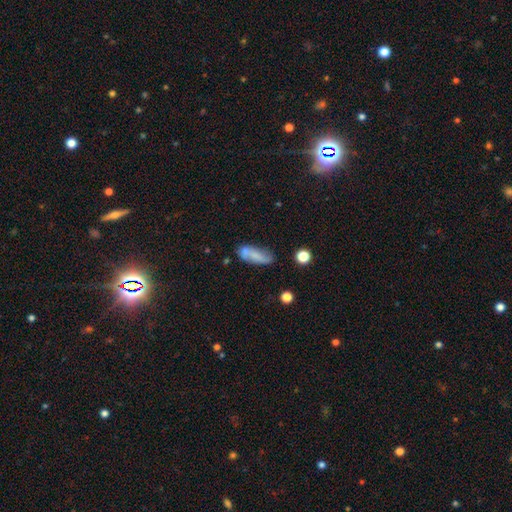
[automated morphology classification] The model was most divided on "merging": none: 52%, minor disturbance: 24%, merger: 15%, major disturbance: 10%. More confident: how rounded — in between (67%); smooth or featured — smooth (62%).